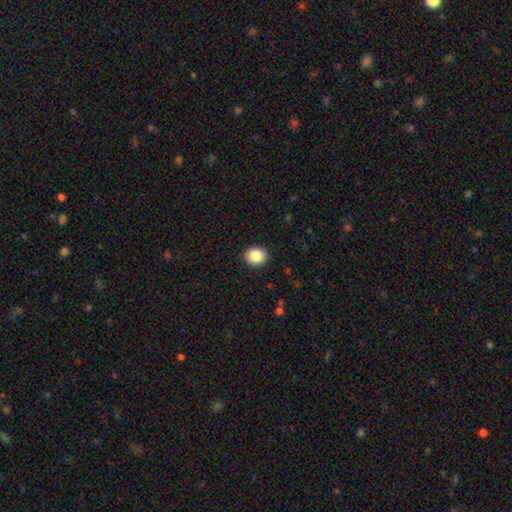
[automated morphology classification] The model was most divided on "how rounded": round: 63%, in between: 36%, cigar-shaped: 1%. More confident: merging — none (92%); smooth or featured — smooth (87%).